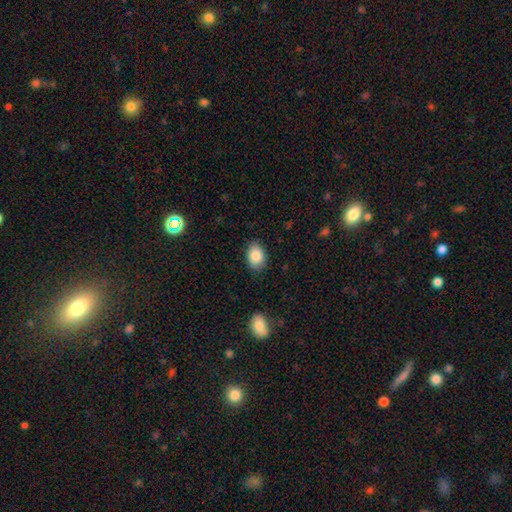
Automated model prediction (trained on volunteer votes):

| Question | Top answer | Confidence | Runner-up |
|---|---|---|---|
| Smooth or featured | smooth | 87% | star or artifact (8%) |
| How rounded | in between | 75% | round (24%) |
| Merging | none | 84% | minor disturbance (12%) |